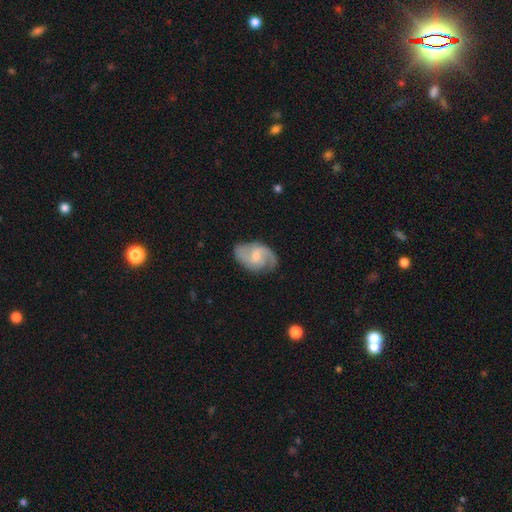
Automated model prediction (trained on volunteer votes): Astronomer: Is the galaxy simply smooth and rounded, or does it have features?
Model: featured or disk — 80%.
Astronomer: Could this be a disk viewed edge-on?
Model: no — 97%.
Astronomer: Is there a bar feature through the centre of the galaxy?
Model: weak — 53% (runner-up: no, 38%).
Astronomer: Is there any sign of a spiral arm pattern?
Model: yes — 95%.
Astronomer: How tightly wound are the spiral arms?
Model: medium — 52%.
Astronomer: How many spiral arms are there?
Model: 2 — 81%.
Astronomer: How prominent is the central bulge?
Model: small — 48% (runner-up: moderate, 40%).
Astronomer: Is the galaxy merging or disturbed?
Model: none — 71%.